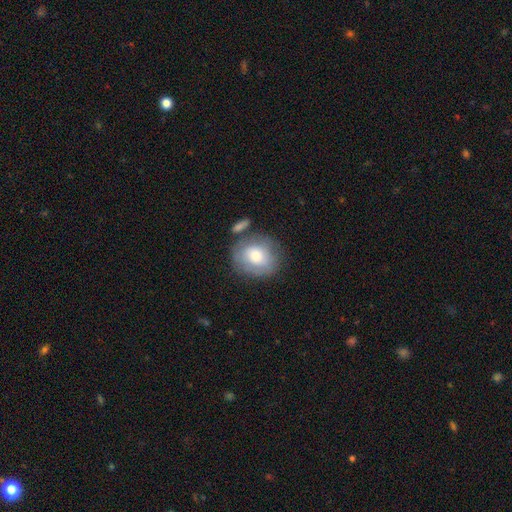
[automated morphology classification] A smooth galaxy with no disk features (68%) that is round (73%). Merging: none (62%).